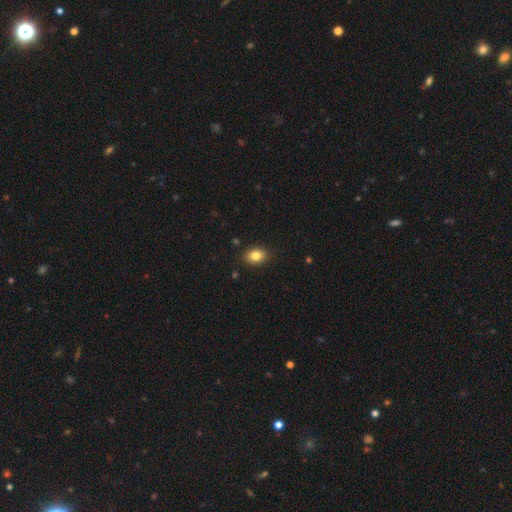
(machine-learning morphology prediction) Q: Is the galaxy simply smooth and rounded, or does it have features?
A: smooth — 83%.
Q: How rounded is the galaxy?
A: in between — 75%.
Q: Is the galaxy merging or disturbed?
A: none — 88%.